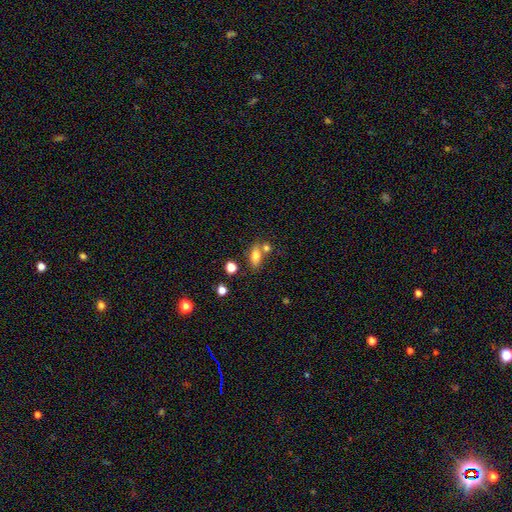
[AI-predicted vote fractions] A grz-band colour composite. It shows a smooth galaxy with no disk features (76%) that is in between round and cigar-shaped (79%). Merging: none (61%).